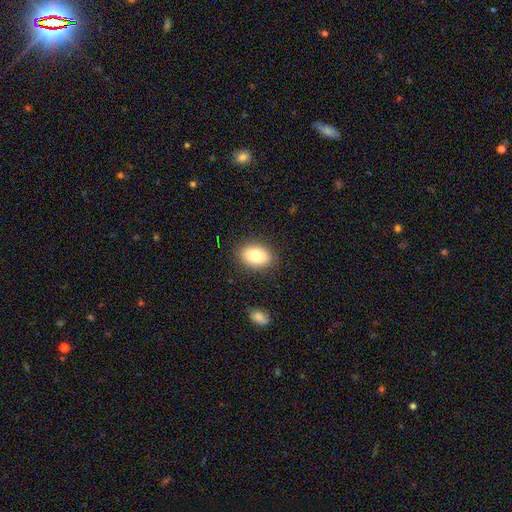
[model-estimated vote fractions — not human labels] smooth 82%, featured or disk 10%, star or artifact 8%. Down the decision tree: how rounded — in between (85%); merging — none (85%).